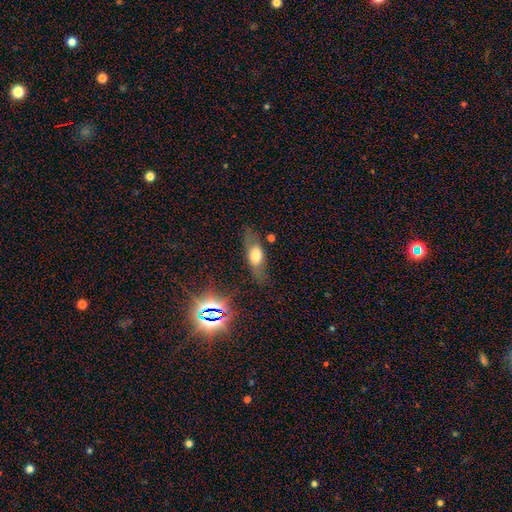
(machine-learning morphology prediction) A smooth galaxy with no disk features (59%) that is in between round and cigar-shaped (67%). Merging: none (70%).